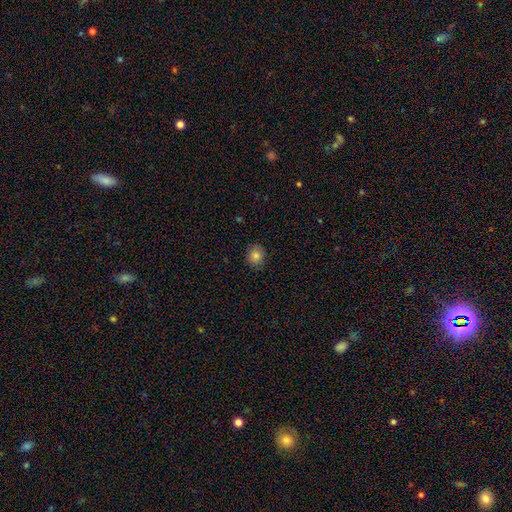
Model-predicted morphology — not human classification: A smooth galaxy with no disk features (83%) that is round (80%).

Vote fractions:
- Smooth or featured? smooth: 83% / star or artifact: 11% / featured or disk: 6%
- How rounded? round: 80% / in between: 19% / cigar-shaped: 1%
- Merging? none: 87% / minor disturbance: 9% / major disturbance: 2% / merger: 1%